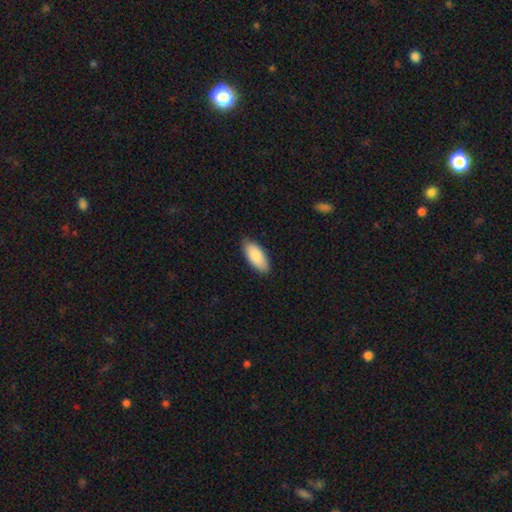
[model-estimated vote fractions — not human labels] Smooth or featured? Predicted: smooth (p=0.88). How rounded? Predicted: in between (p=0.88). Merging? Predicted: none (p=0.86).